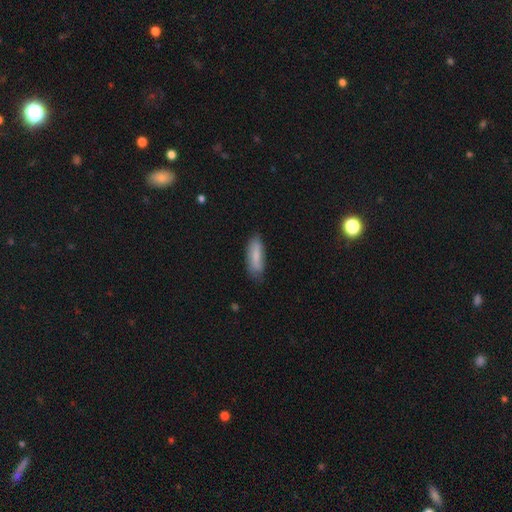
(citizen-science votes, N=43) Smooth or featured? smooth (77%)
How rounded? cigar-shaped (70%)
Merging? none (76%)